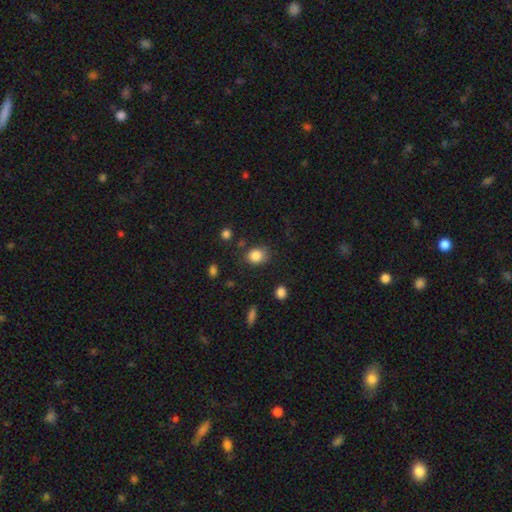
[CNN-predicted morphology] Smooth or featured?
  - smooth: 85% *
  - star or artifact: 10%
  - featured or disk: 5%
How rounded?
  - round: 59% *
  - in between: 40%
  - cigar-shaped: 1%
Merging?
  - none: 71% *
  - minor disturbance: 20%
  - major disturbance: 6%
  - merger: 4%